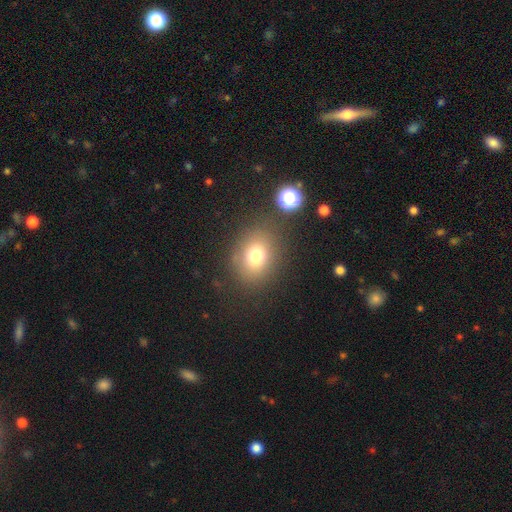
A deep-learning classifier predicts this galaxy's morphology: smooth-or-featured: smooth: 75% | star or artifact: 14% | featured or disk: 11%
  how-rounded: round: 53% | in between: 46% | cigar-shaped: 1%
  merging: none: 78% | minor disturbance: 11% | major disturbance: 5% | merger: 5%